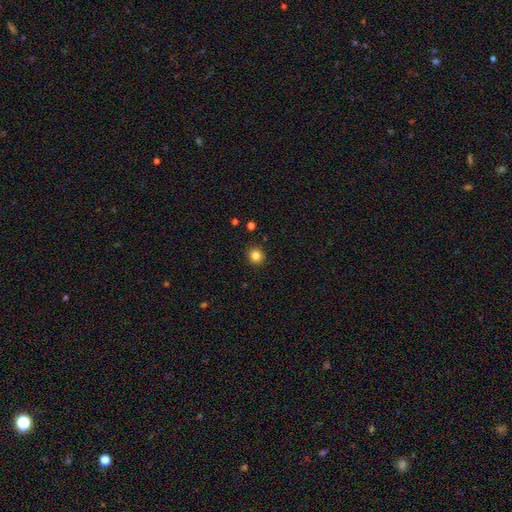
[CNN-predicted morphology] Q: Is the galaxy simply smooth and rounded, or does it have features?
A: smooth — 83%.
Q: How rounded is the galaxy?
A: round — 92%.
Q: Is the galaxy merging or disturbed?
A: none — 92%.